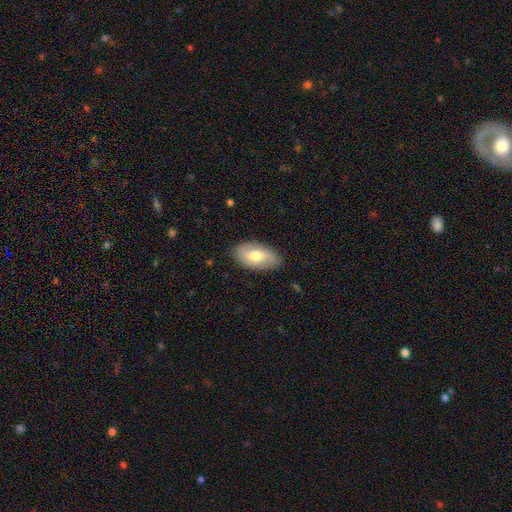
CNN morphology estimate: Smooth or featured? smooth (58%)
How rounded? in between (93%)
Merging? none (83%)